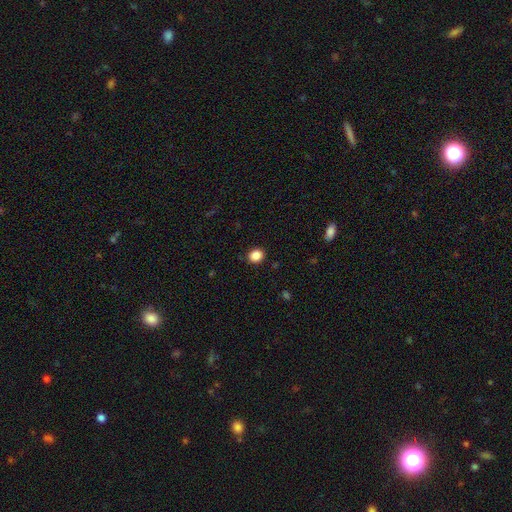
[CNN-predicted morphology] Smooth or featured? Predicted: smooth (p=0.87). How rounded? Predicted: round (p=0.70). Merging? Predicted: none (p=0.90).